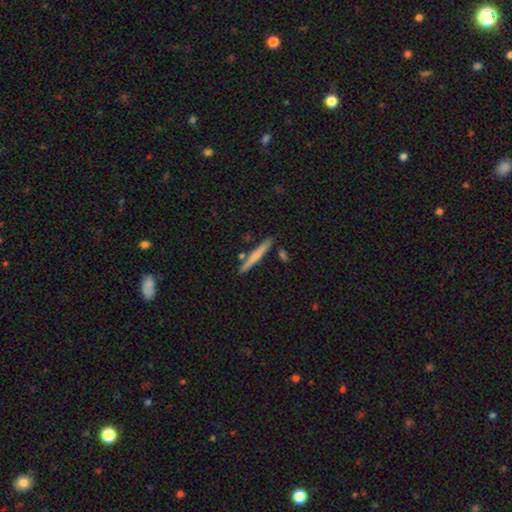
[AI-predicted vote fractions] A smooth galaxy with no disk features (62%) that is cigar-shaped (95%). Merging: none (84%).